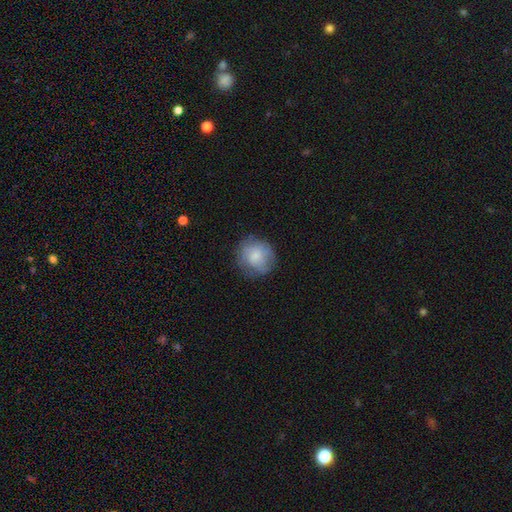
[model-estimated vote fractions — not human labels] Morphology: type=smooth (73%); roundness=round (87%); merging=none (73%).